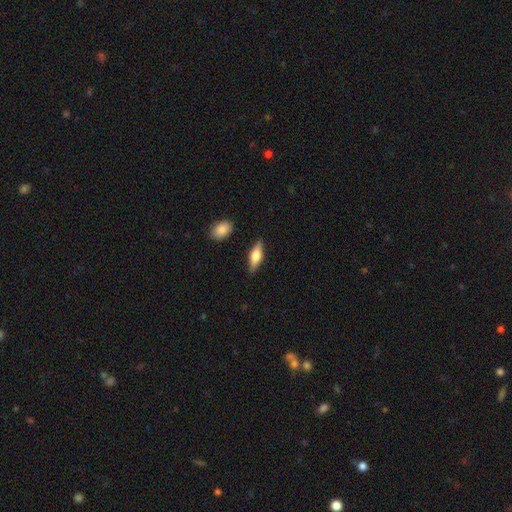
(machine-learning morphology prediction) type=smooth (53%); roundness=in between (55%); merging=none (85%).